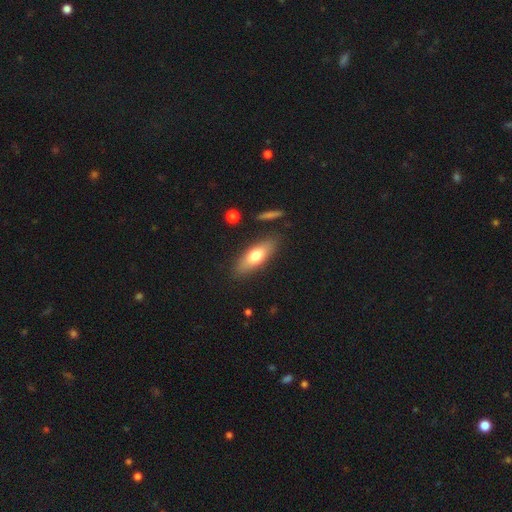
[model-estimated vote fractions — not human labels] smooth_or_featured: smooth (p=0.68) [alt: featured or disk p=0.26]
how_rounded: in between (p=0.63) [alt: cigar-shaped p=0.34]
merging: none (p=0.85) [alt: minor disturbance p=0.10]